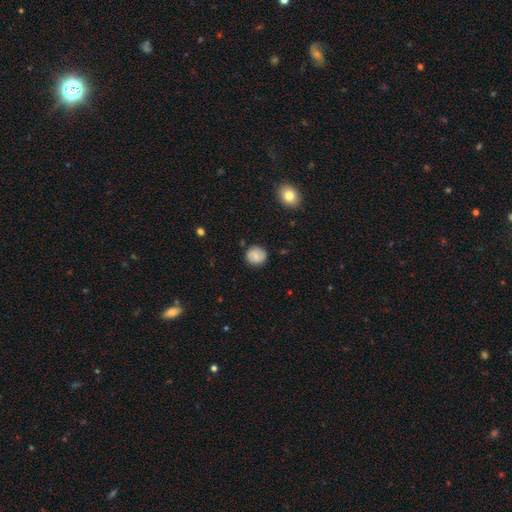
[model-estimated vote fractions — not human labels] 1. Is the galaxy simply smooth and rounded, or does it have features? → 71% smooth, 21% featured or disk, 8% star or artifact.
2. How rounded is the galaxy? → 83% round, 16% in between, 1% cigar-shaped.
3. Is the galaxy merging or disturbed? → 85% none, 11% minor disturbance, 3% major disturbance, 1% merger.